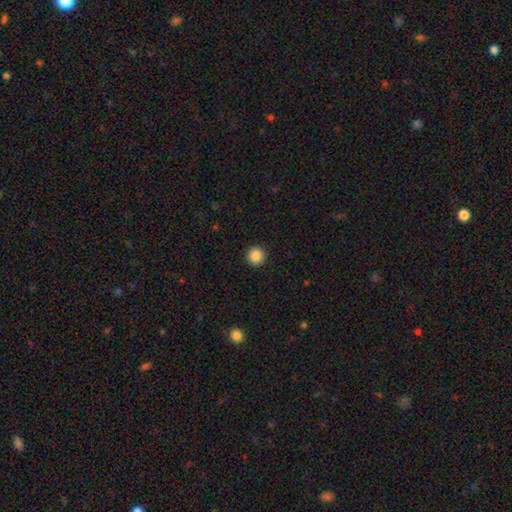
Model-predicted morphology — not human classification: This is clearly a smooth galaxy (88%). How rounded: clearly round (94%). Merging: clearly none (92%).